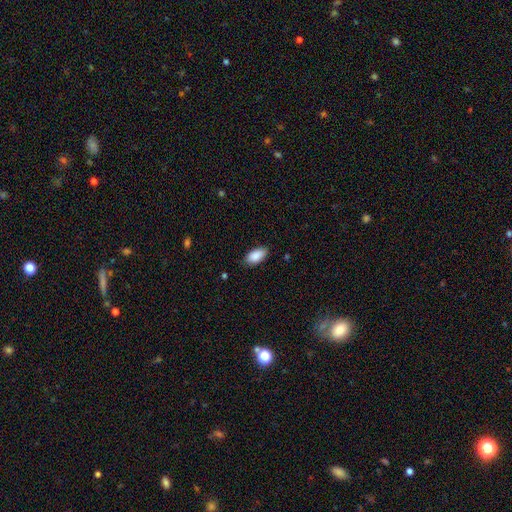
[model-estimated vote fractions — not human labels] The model was most divided on "merging": none: 83%, minor disturbance: 14%, major disturbance: 2%, merger: 1%. More confident: how rounded — in between (92%); smooth or featured — smooth (90%).